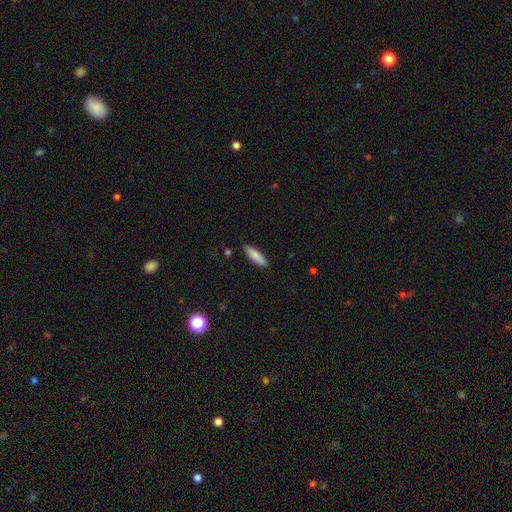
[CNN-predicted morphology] smooth 83%, featured or disk 11%, star or artifact 6%. Down the decision tree: how rounded — cigar-shaped (66%); merging — none (88%).